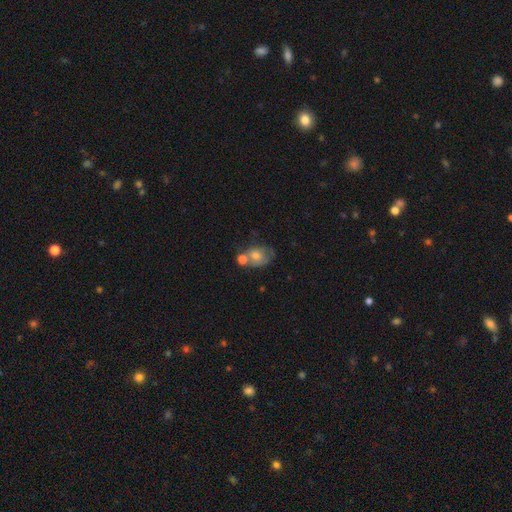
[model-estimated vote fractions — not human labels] Smooth or featured? Predicted: smooth (p=0.62). How rounded? Predicted: in between (p=0.55). Merging? Predicted: none (p=0.34, tied with merger).